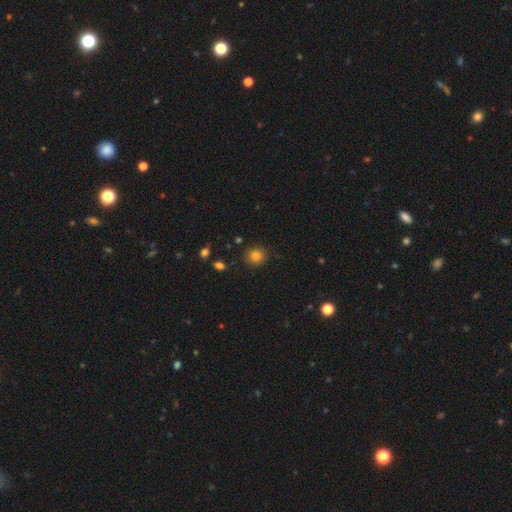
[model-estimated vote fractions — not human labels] Smooth or featured? smooth (83%)
How rounded? round (88%)
Merging? none (86%)